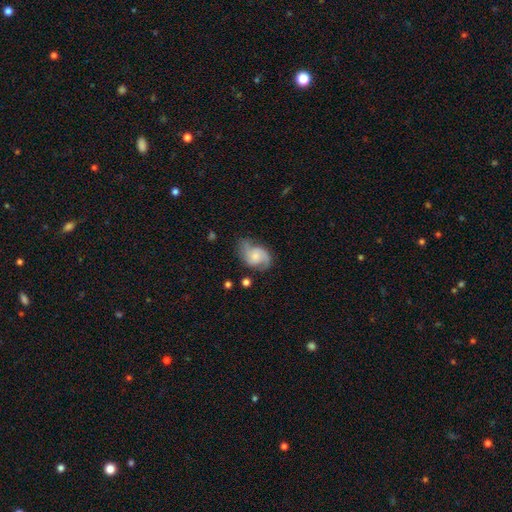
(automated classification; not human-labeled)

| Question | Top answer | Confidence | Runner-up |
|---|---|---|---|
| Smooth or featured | featured or disk | 71% | smooth (22%) |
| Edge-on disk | no | 97% | yes (3%) |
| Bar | no | 64% | weak (31%) |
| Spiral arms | yes | 94% | no (6%) |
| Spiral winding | medium | 47% | loose (32%) |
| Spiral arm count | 2 | 83% | can't tell (7%) |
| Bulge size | small | 40% | moderate (30%) |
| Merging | none | 62% | minor disturbance (24%) |